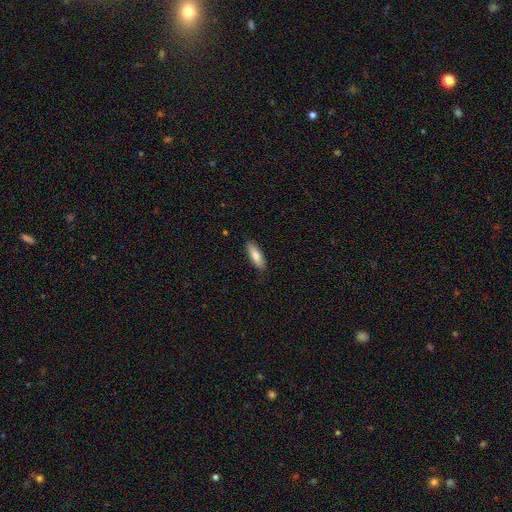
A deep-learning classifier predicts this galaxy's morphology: A smooth galaxy with no disk features (83%) that is in between round and cigar-shaped (55%). Merging: none (88%).